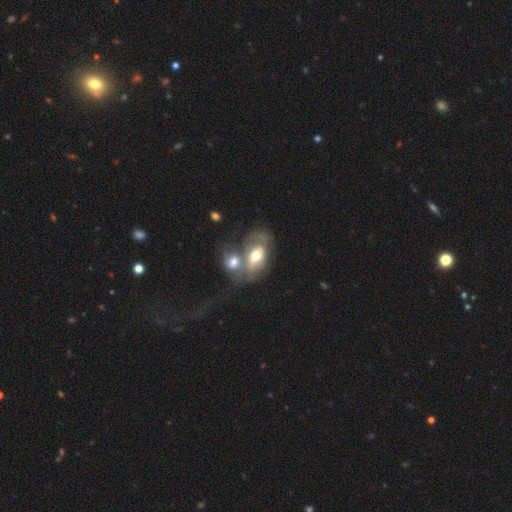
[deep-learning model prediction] Smooth or featured? Predicted: featured or disk (p=0.48). Merging? Predicted: merger (p=0.64).